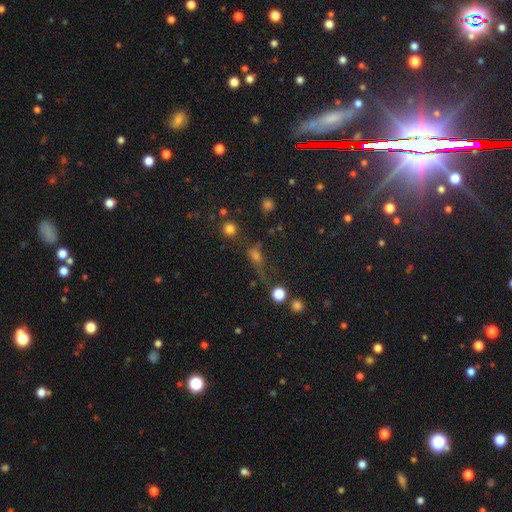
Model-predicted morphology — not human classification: Smooth or featured? smooth (52%)
How rounded? round (47%)
Merging? none (44%)